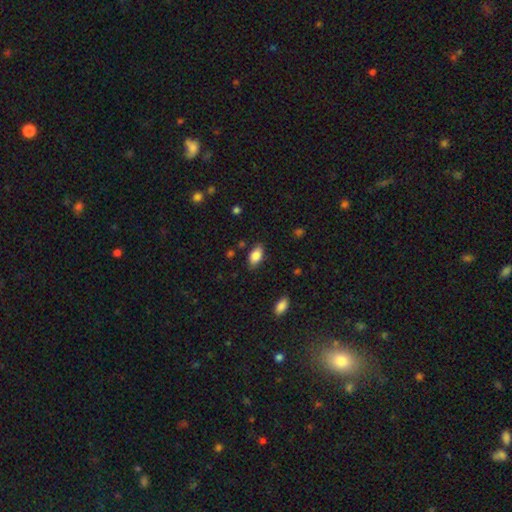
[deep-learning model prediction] smooth_or_featured: smooth (p=0.84) [alt: featured or disk p=0.08]
how_rounded: in between (p=0.91) [alt: cigar-shaped p=0.04]
merging: none (p=0.83) [alt: minor disturbance p=0.13]